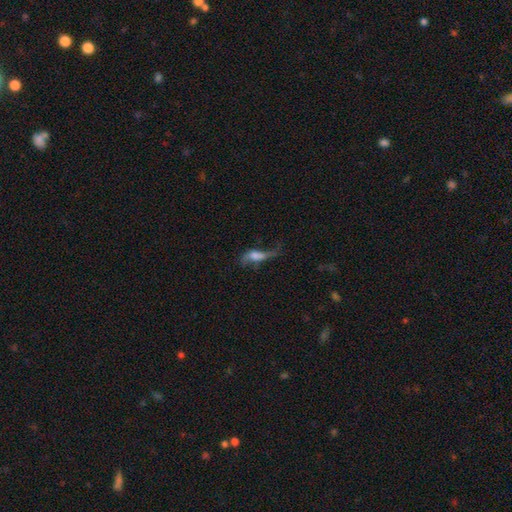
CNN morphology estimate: Smooth or featured? Predicted: featured or disk (p=0.51). Edge-on disk? Predicted: no (p=0.75). Merging? Predicted: major disturbance (p=0.43).